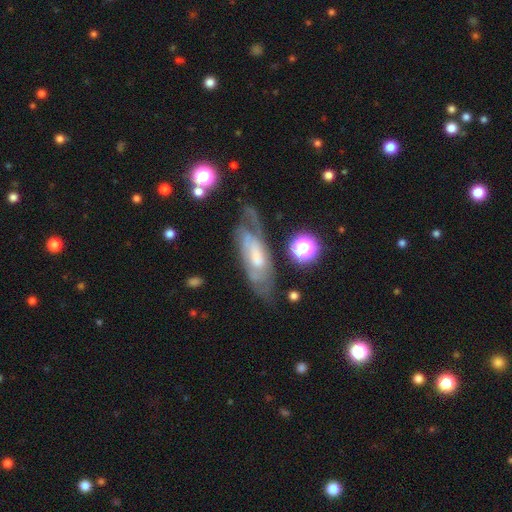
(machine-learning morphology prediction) Smooth or featured?
  - featured or disk: 68% *
  - smooth: 24%
  - star or artifact: 8%
Edge-on disk?
  - no: 81% *
  - yes: 19%
Bar?
  - no: 60% *
  - weak: 32%
  - strong: 8%
Spiral arms?
  - yes: 74% *
  - no: 26%
Bulge size?
  - moderate: 37% *
  - small: 26%
  - large: 19%
  - none: 16%
  - dominant: 2%
Merging?
  - none: 55% *
  - minor disturbance: 24%
  - major disturbance: 16%
  - merger: 4%